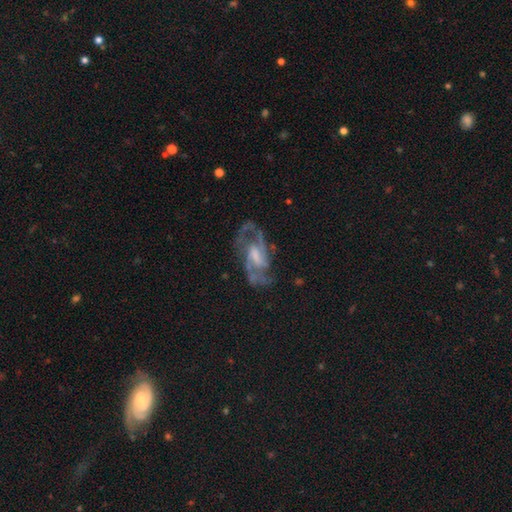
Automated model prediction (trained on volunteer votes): A featured or disk galaxy (86%) with a weak bar (51%), 2 (58%) medium (55%) spiral arms (94%) and a moderate central bulge (38%). Merging: none (65%).